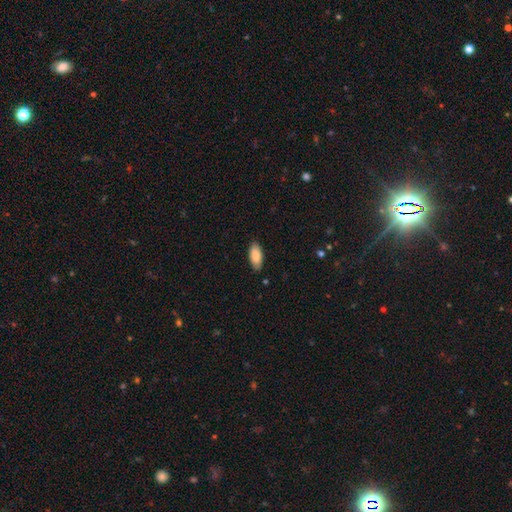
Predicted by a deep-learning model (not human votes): Overall: smooth (88%). How rounded: in between (85%). Merging: none (86%).